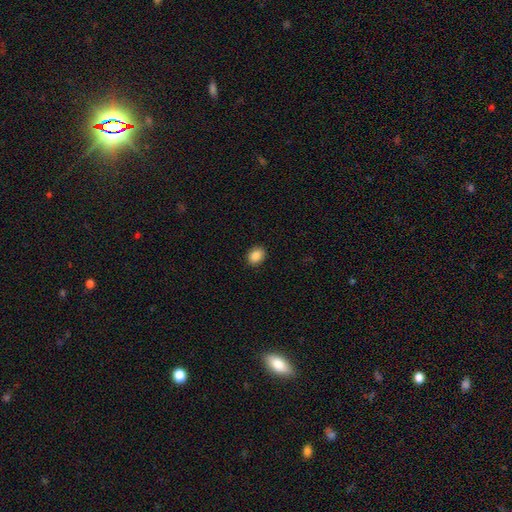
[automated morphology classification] smooth_or_featured: smooth (p=0.87) [alt: star or artifact p=0.09]
how_rounded: in between (p=0.54) [alt: round p=0.45]
merging: none (p=0.90) [alt: minor disturbance p=0.07]